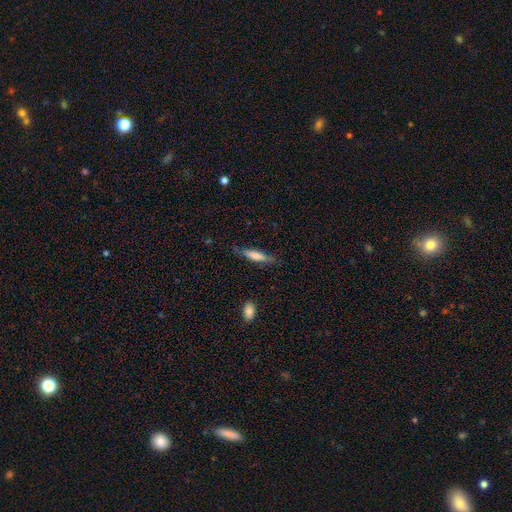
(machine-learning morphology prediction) smooth_or_featured: smooth (p=0.69) [alt: featured or disk p=0.25]
how_rounded: cigar-shaped (p=0.75) [alt: in between p=0.23]
merging: none (p=0.77) [alt: minor disturbance p=0.17]